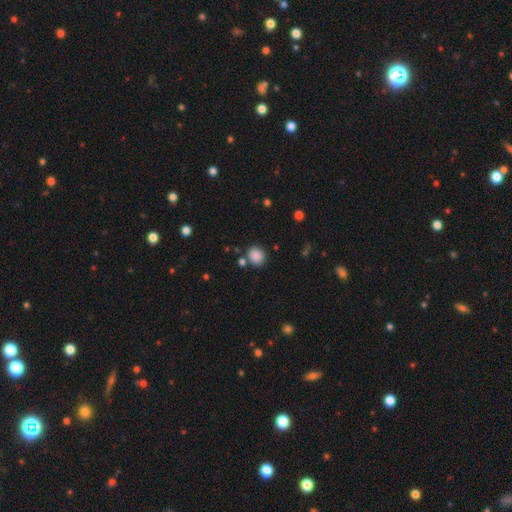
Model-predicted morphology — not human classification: smooth 87%, star or artifact 10%, featured or disk 4%. Down the decision tree: how rounded — round (71%); merging — none (79%).